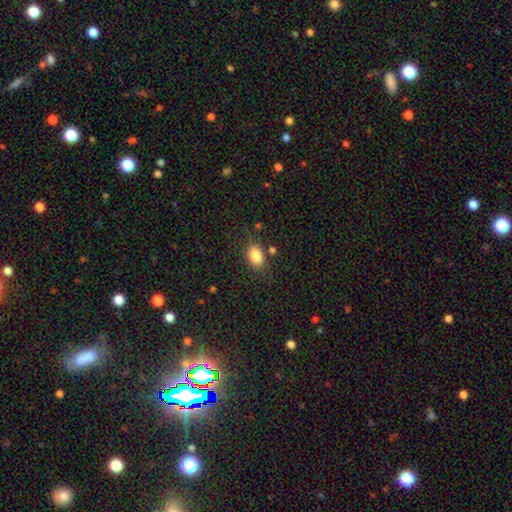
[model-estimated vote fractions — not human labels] smooth_or_featured: smooth (p=0.85) [alt: star or artifact p=0.09]
how_rounded: in between (p=0.78) [alt: round p=0.21]
merging: none (p=0.76) [alt: minor disturbance p=0.14]